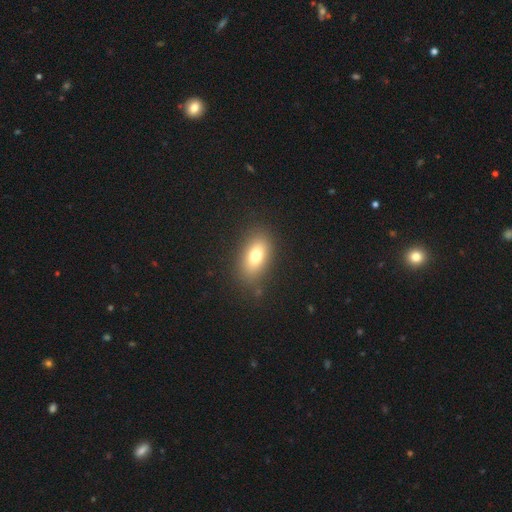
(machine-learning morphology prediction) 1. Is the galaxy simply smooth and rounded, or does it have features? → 74% smooth, 15% featured or disk, 11% star or artifact.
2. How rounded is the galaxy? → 84% in between, 12% round, 4% cigar-shaped.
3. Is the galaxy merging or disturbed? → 83% none, 11% minor disturbance, 4% major disturbance, 1% merger.